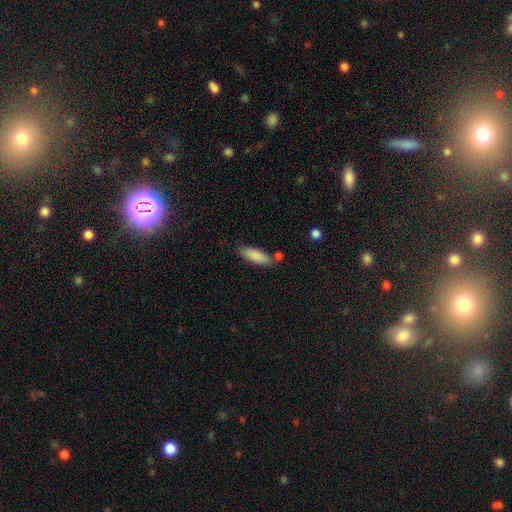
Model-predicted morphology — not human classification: smooth-or-featured: smooth: 86% | featured or disk: 7% | star or artifact: 6%
  how-rounded: in between: 61% | cigar-shaped: 37% | round: 2%
  merging: none: 72% | minor disturbance: 15% | merger: 10% | major disturbance: 3%